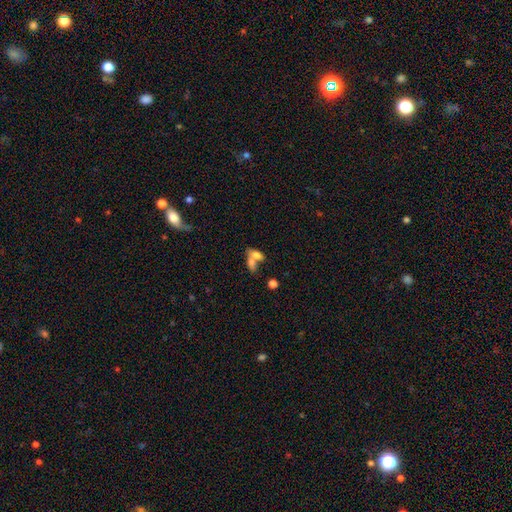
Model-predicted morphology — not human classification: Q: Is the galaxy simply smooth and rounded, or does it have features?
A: smooth — 70%.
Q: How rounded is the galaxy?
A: in between — 78%.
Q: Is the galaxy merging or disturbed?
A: merger — 59%.